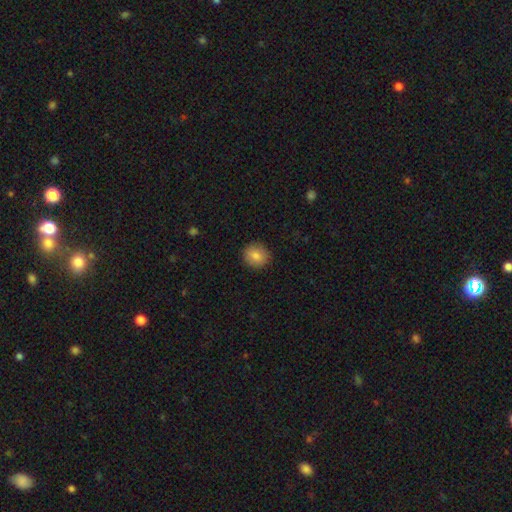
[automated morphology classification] The model was most divided on "how rounded": round: 85%, in between: 14%, cigar-shaped: 1%. More confident: merging — none (90%); smooth or featured — smooth (82%).